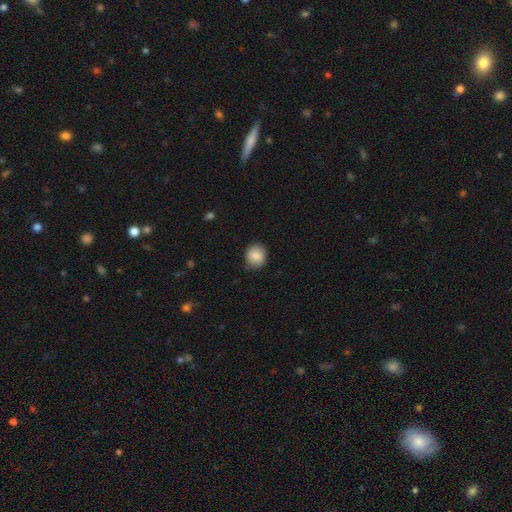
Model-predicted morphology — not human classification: smooth 86%, star or artifact 8%, featured or disk 6%. Down the decision tree: how rounded — round (80%); merging — none (84%).